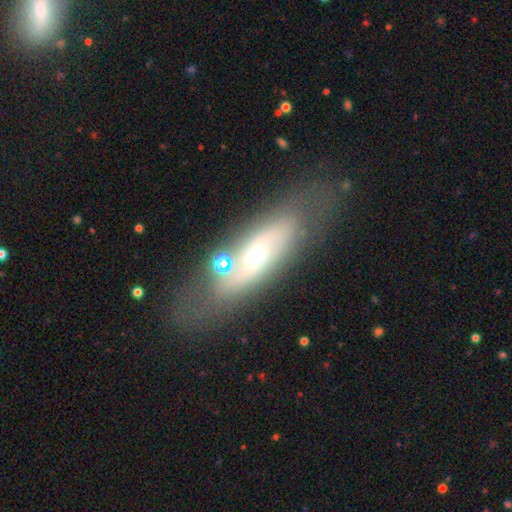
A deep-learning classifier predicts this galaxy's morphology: This appears to be a featured or disk galaxy (59%). Merging: none (69%).